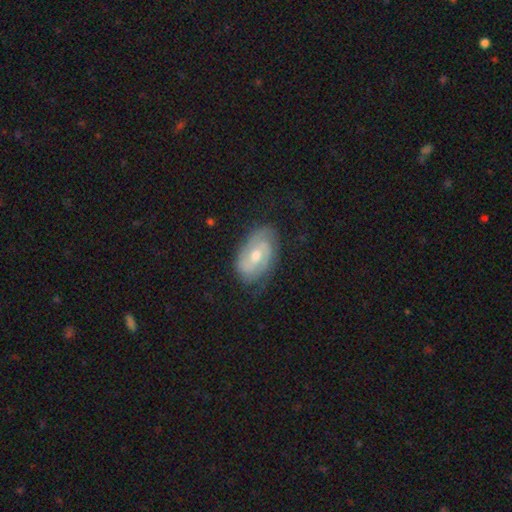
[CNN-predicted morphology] A featured or disk galaxy (80%) with a weak bar (46%), 2 (66%) tight (53%) spiral arms (93%) and a moderate central bulge (68%).

Vote fractions:
- Smooth or featured? featured or disk: 80% / smooth: 15% / star or artifact: 5%
- Edge-on disk? no: 96% / yes: 4%
- Bar? weak: 46% / no: 42% / strong: 12%
- Spiral arms? yes: 93% / no: 7%
- Spiral winding? tight: 53% / medium: 36% / loose: 11%
- Spiral arm count? 2: 66% / can't tell: 17% / 3: 9% / 1: 3% / 4: 2% / more than 4: 2%
- Bulge size? moderate: 68% / small: 26% / large: 4% / none: 1% / dominant: 1%
- Merging? none: 73% / minor disturbance: 20% / major disturbance: 6% / merger: 1%